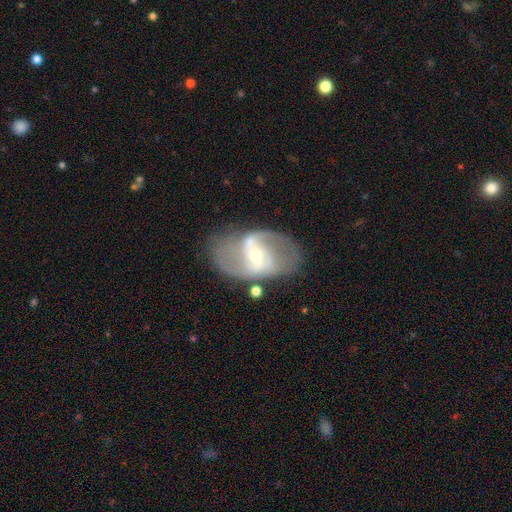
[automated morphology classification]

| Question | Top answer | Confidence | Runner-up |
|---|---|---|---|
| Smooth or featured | featured or disk | 84% | smooth (10%) |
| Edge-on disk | no | 96% | yes (4%) |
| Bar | weak | 42% | strong (35%) |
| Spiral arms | yes | 89% | no (11%) |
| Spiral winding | loose | 45% | medium (42%) |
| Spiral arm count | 2 | 85% | can't tell (7%) |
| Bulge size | small | 57% | moderate (38%) |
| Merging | none | 65% | minor disturbance (18%) |